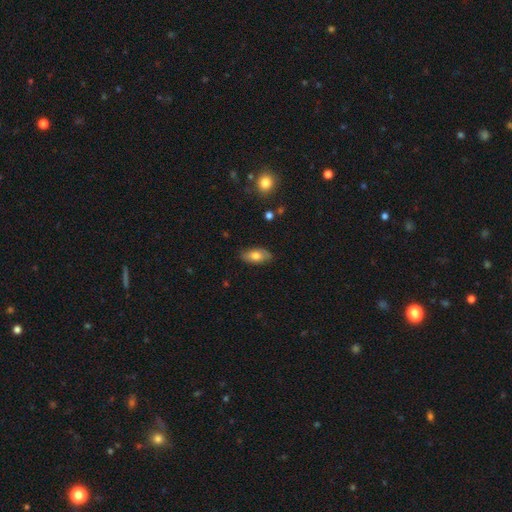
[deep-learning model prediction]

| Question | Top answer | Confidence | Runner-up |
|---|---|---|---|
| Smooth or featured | smooth | 69% | featured or disk (24%) |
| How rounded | in between | 90% | cigar-shaped (6%) |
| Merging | none | 80% | minor disturbance (16%) |